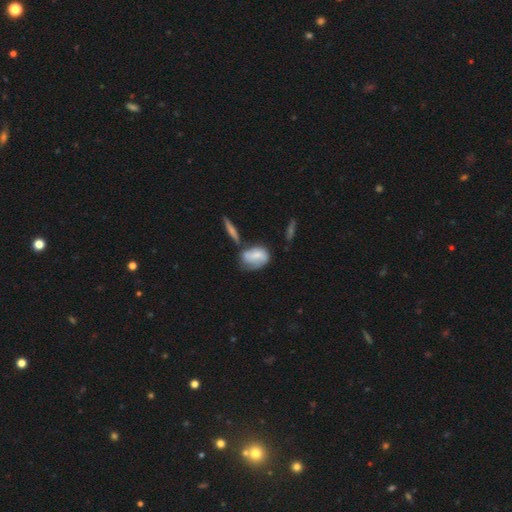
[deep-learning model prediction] smooth 56%, featured or disk 37%, star or artifact 8%. Down the decision tree: how rounded — in between (76%); merging — none (38%).